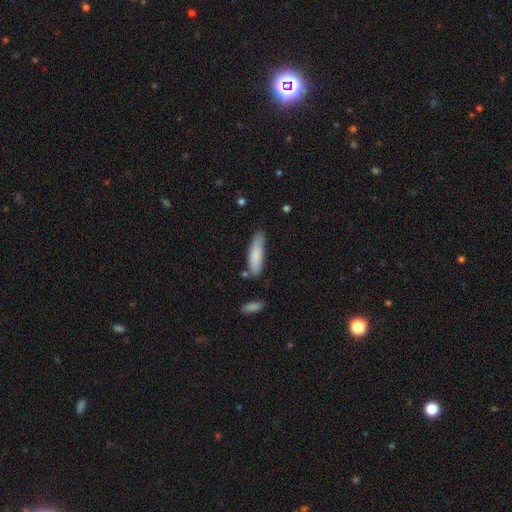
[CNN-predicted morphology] A smooth galaxy with no disk features (82%) that is cigar-shaped (72%).

Vote fractions:
- Smooth or featured? smooth: 82% / featured or disk: 12% / star or artifact: 6%
- How rounded? cigar-shaped: 72% / in between: 26% / round: 1%
- Merging? none: 71% / minor disturbance: 21% / merger: 4% / major disturbance: 4%